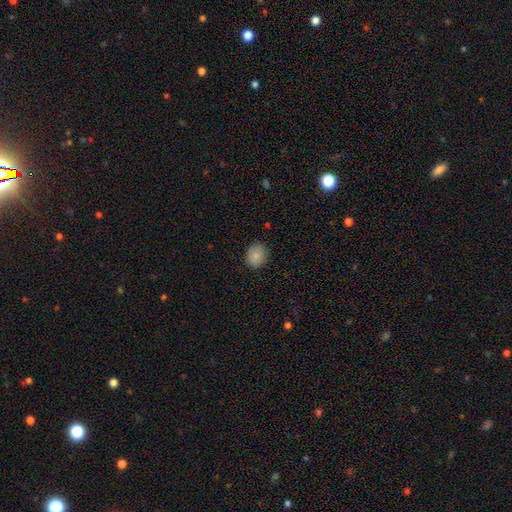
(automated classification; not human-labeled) Q: Smooth or featured?
A: smooth (83%); runner-up: featured or disk (9%)
Q: How rounded?
A: round (68%); runner-up: in between (31%)
Q: Merging?
A: none (86%); runner-up: minor disturbance (11%)